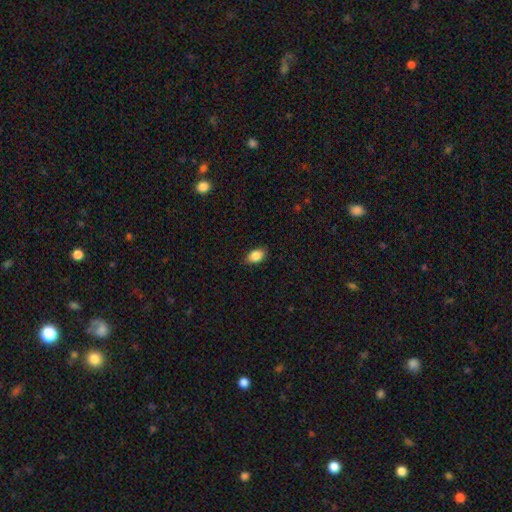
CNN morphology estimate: smooth 87%, star or artifact 8%, featured or disk 5%. Down the decision tree: how rounded — in between (86%); merging — none (86%).